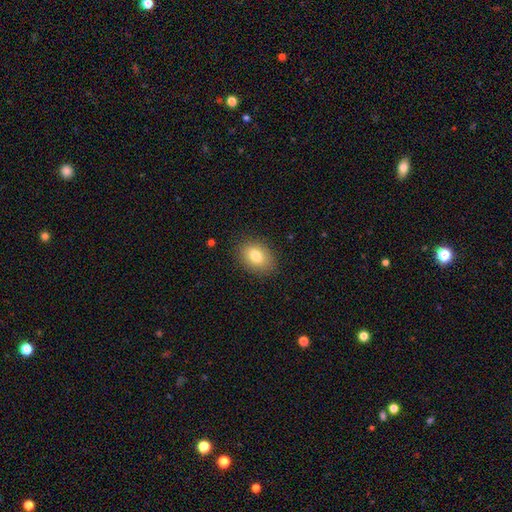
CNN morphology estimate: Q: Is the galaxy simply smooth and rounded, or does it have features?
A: smooth — 80%.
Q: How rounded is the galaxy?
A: in between — 77%.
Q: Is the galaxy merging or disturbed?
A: none — 86%.